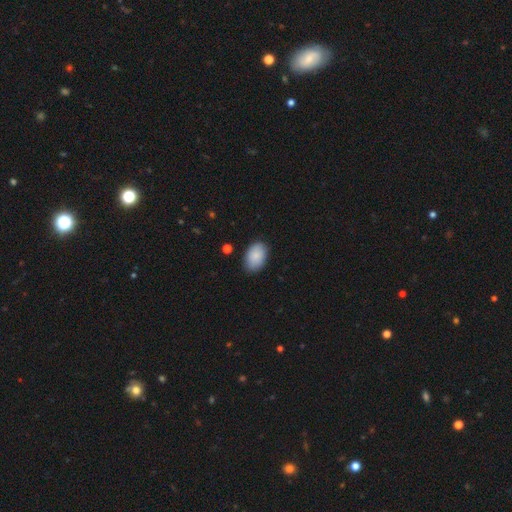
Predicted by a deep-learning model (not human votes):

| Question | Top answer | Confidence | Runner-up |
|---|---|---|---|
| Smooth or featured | smooth | 88% | star or artifact (6%) |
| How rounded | in between | 89% | round (10%) |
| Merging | none | 84% | minor disturbance (12%) |